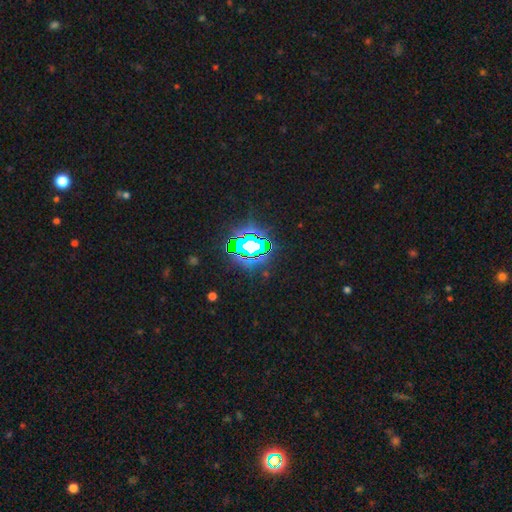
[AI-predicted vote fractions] Smooth or featured?
  - star or artifact: 81% *
  - smooth: 11%
  - featured or disk: 7%